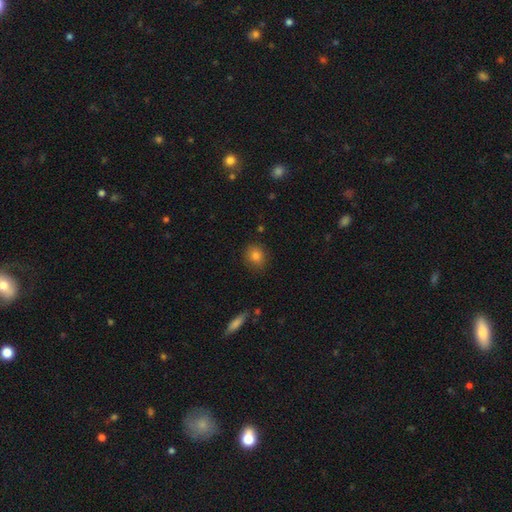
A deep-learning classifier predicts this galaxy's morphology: Smooth or featured? Predicted: smooth (p=0.82). How rounded? Predicted: round (p=0.75). Merging? Predicted: none (p=0.85).